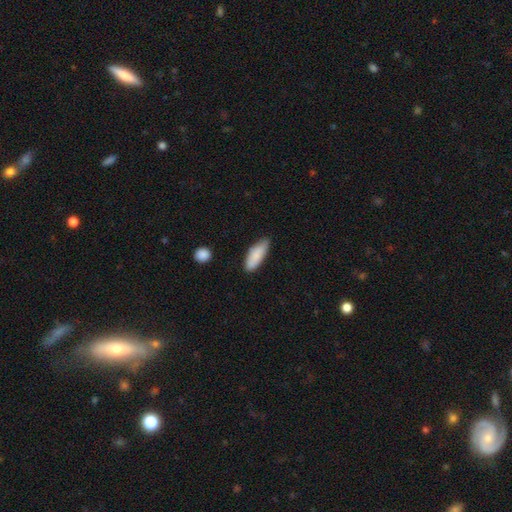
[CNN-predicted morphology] smooth-or-featured: smooth: 86% | featured or disk: 8% | star or artifact: 6%
  how-rounded: in between: 67% | cigar-shaped: 31% | round: 2%
  merging: none: 72% | minor disturbance: 22% | major disturbance: 3% | merger: 2%